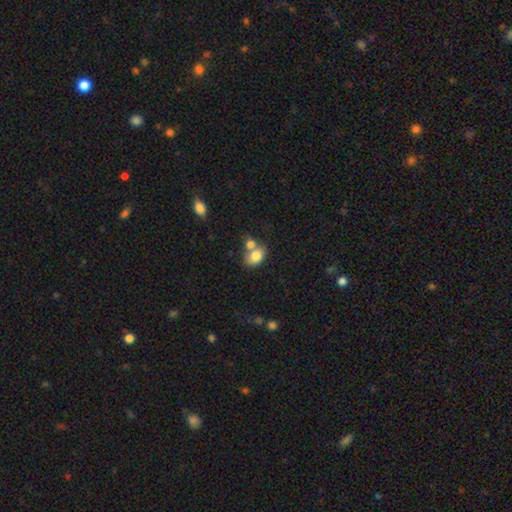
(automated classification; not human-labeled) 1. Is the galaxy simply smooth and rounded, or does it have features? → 80% smooth, 12% featured or disk, 8% star or artifact.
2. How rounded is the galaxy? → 73% in between, 26% round, 1% cigar-shaped.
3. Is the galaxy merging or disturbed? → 46% merger, 36% none, 12% minor disturbance, 5% major disturbance.